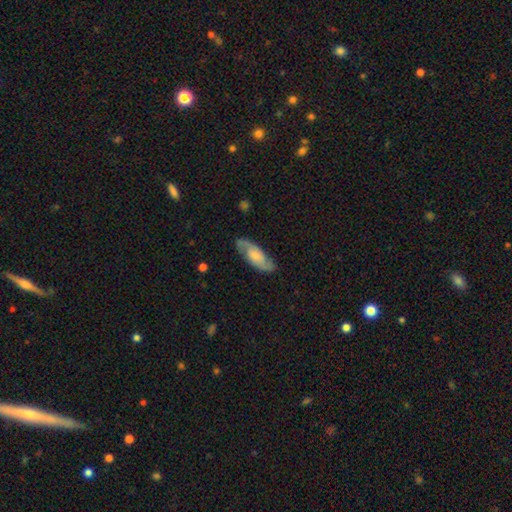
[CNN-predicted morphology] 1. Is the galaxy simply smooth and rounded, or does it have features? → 72% featured or disk, 23% smooth, 6% star or artifact.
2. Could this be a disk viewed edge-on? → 92% no, 8% yes.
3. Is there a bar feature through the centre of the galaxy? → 54% no, 37% weak, 9% strong.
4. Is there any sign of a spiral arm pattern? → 94% yes, 6% no.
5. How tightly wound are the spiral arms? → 51% medium, 26% tight, 24% loose.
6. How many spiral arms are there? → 88% 2, 6% can't tell, 2% 1, 1% 3, 1% 4, 1% more than 4.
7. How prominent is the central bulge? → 37% small, 34% moderate, 17% none, 10% large, 2% dominant.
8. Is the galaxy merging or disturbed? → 82% none, 13% minor disturbance, 4% major disturbance, 1% merger.